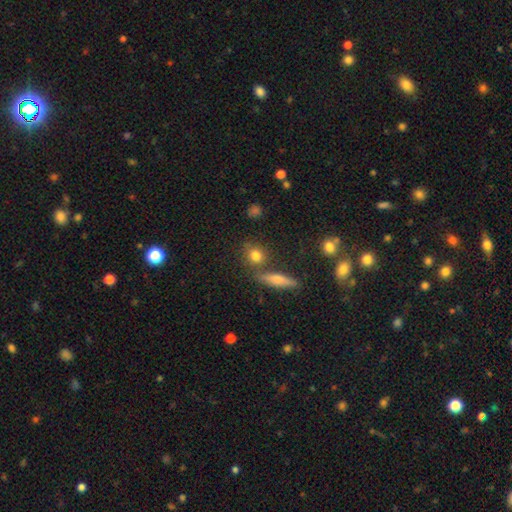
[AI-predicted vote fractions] A smooth galaxy with no disk features (77%) that is round (65%). Merging: none (71%).